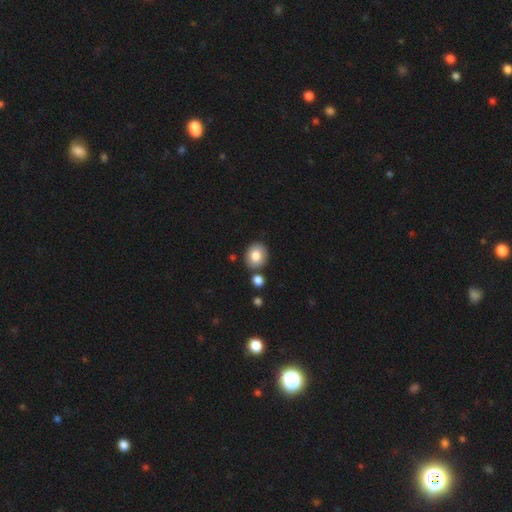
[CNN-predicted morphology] This is clearly a smooth galaxy (81%). How rounded: likely round (69%). Merging: likely none (79%).